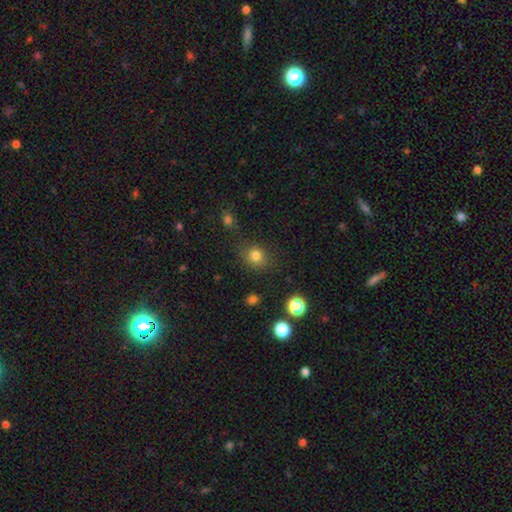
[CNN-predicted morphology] This is likely a smooth galaxy (79%). How rounded: likely round (75%). Merging: likely none (75%).